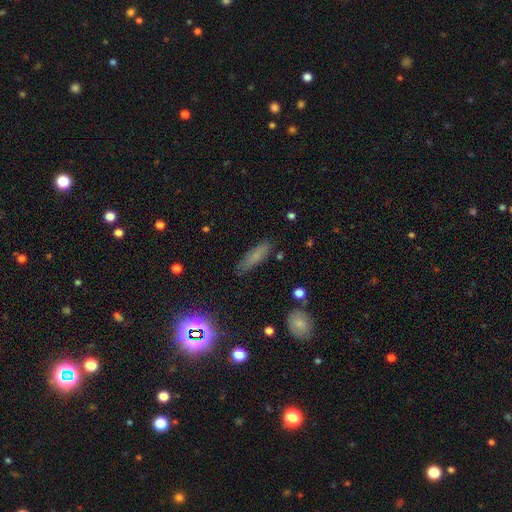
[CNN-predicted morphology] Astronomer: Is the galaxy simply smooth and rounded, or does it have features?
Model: smooth — 69%.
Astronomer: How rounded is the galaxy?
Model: cigar-shaped — 62%.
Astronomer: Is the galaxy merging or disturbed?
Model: none — 79%.